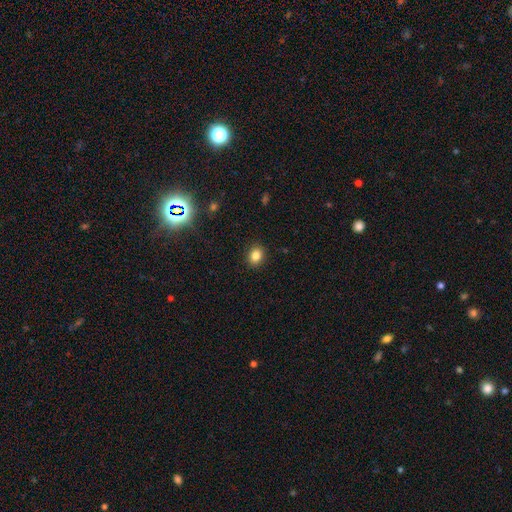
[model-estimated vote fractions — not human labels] A smooth galaxy with no disk features (83%) that is round (55%). Merging: none (90%).